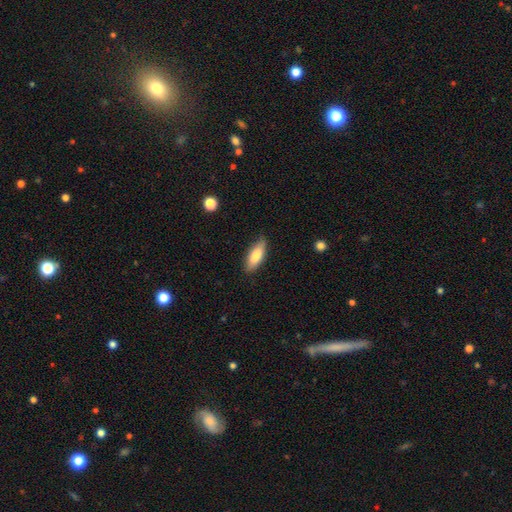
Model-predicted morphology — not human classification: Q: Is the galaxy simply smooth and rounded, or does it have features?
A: smooth — 78%.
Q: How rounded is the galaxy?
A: in between — 64%.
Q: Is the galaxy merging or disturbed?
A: none — 84%.